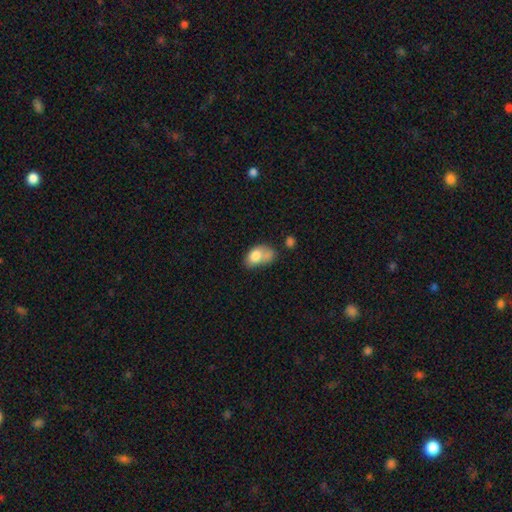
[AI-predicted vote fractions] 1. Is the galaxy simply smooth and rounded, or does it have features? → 75% smooth, 17% featured or disk, 8% star or artifact.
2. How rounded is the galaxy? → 84% in between, 14% round, 2% cigar-shaped.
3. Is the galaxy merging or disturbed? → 38% merger, 23% none, 23% minor disturbance, 16% major disturbance.